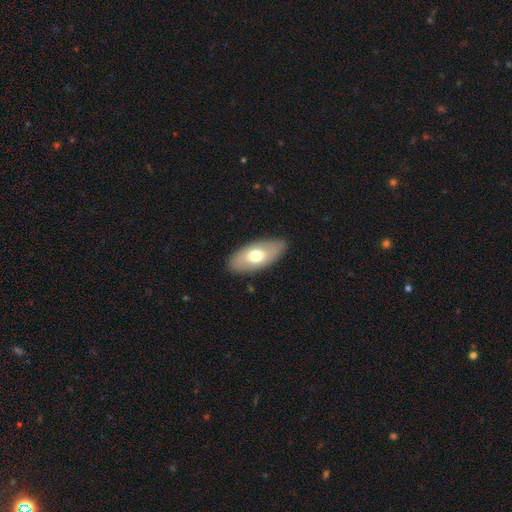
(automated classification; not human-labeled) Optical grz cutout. It shows a smooth galaxy with no disk features (64%) that is in between round and cigar-shaped (91%). Merging: none (86%).